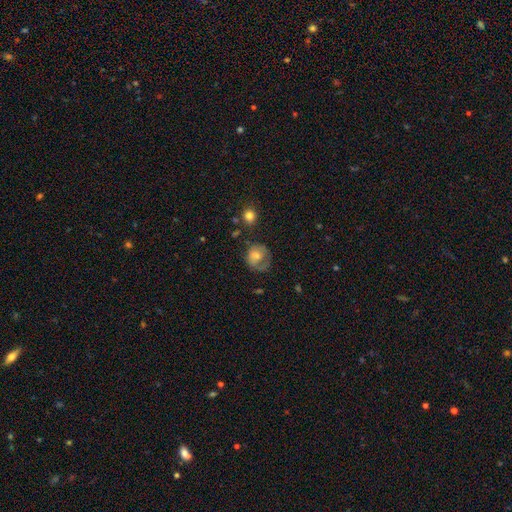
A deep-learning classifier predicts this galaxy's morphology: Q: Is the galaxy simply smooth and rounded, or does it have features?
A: smooth — 64%.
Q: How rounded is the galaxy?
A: round — 69%.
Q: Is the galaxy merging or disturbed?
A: none — 43%.